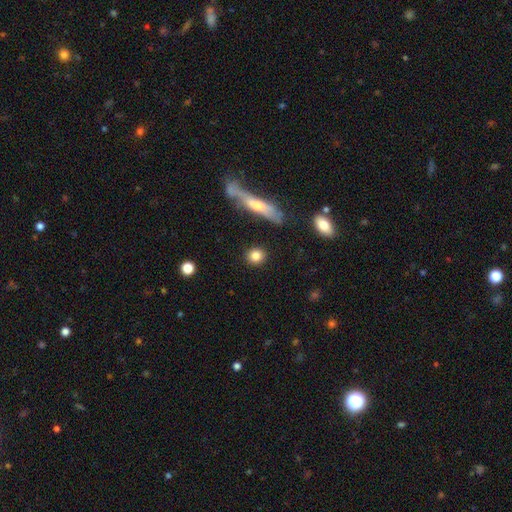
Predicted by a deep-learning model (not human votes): Morphology: type=smooth (83%); roundness=round (82%); merging=none (88%).